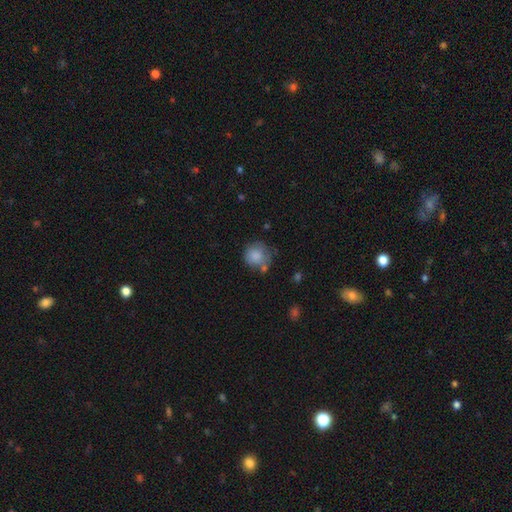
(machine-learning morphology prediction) This appears to be a smooth galaxy with no disk features (83%) that is round (90%). Merging: none (62%).